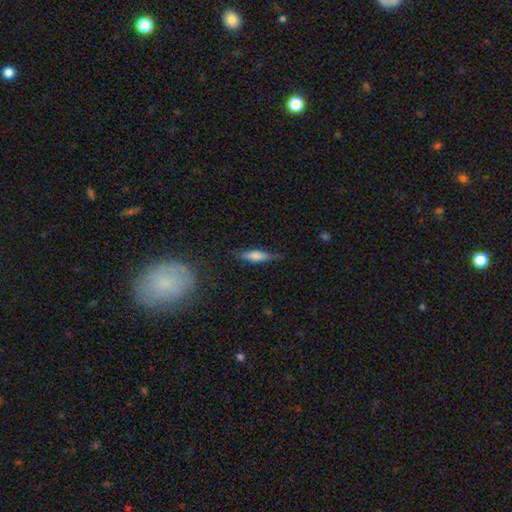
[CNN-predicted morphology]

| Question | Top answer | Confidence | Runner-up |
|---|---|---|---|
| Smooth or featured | smooth | 65% | featured or disk (28%) |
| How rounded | cigar-shaped | 66% | in between (32%) |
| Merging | none | 76% | minor disturbance (18%) |